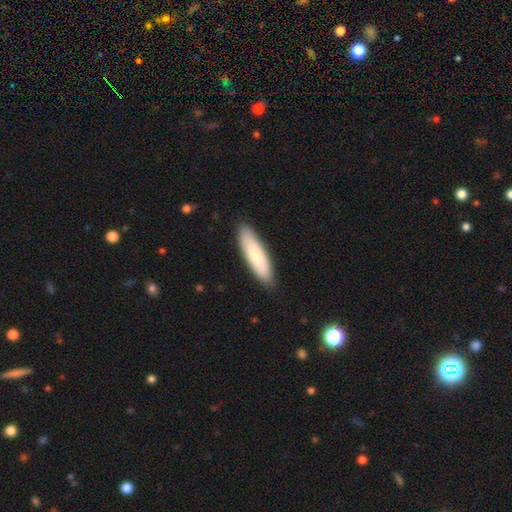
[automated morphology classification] A smooth galaxy with no disk features (79%) that is cigar-shaped (63%). Merging: none (88%).